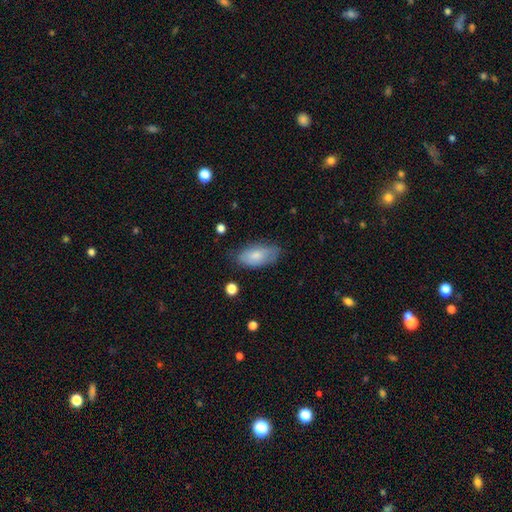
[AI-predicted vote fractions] smooth_or_featured: smooth (p=0.75) [alt: featured or disk p=0.19]
how_rounded: in between (p=0.92) [alt: cigar-shaped p=0.06]
merging: none (p=0.70) [alt: minor disturbance p=0.23]